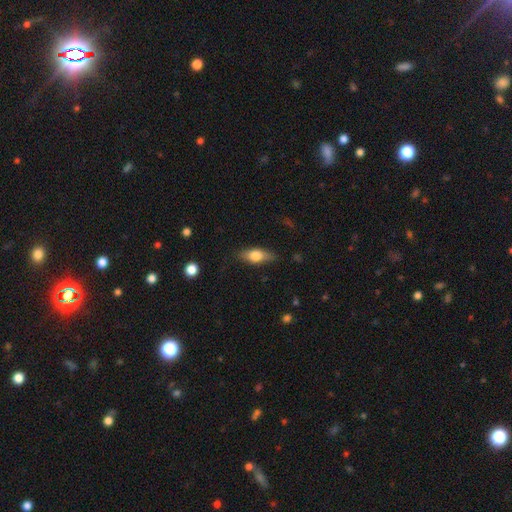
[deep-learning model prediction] smooth 63%, featured or disk 30%, star or artifact 7%. Down the decision tree: how rounded — in between (69%); merging — none (81%).